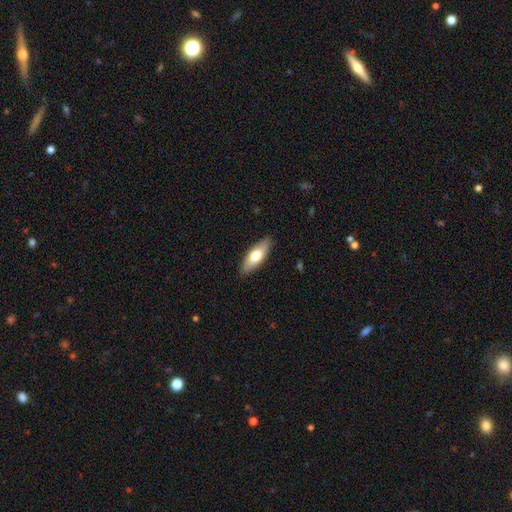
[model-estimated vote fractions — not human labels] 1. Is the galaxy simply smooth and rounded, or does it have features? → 67% smooth, 27% featured or disk, 6% star or artifact.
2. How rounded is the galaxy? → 64% in between, 34% cigar-shaped, 2% round.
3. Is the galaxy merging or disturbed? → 88% none, 9% minor disturbance, 2% major disturbance, 1% merger.